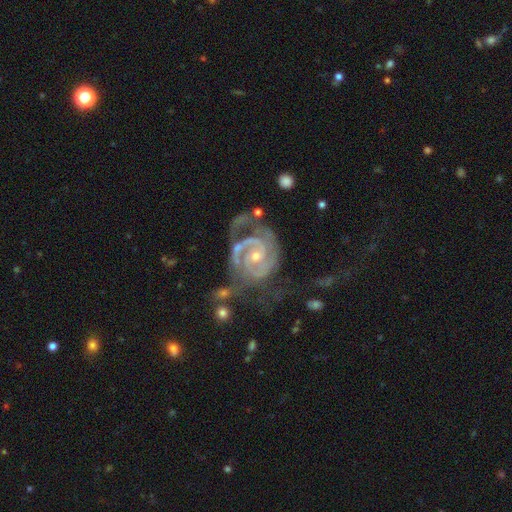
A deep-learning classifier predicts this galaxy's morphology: Q: Smooth or featured?
A: featured or disk (93%); runner-up: star or artifact (4%)
Q: Edge-on disk?
A: no (98%); runner-up: yes (2%)
Q: Bar?
A: no (60%); runner-up: weak (30%)
Q: Spiral arms?
A: yes (98%); runner-up: no (2%)
Q: Spiral winding?
A: tight (64%); runner-up: medium (30%)
Q: Spiral arm count?
A: 2 (64%); runner-up: 3 (15%)
Q: Bulge size?
A: small (62%); runner-up: moderate (35%)
Q: Merging?
A: none (42%); runner-up: major disturbance (27%)